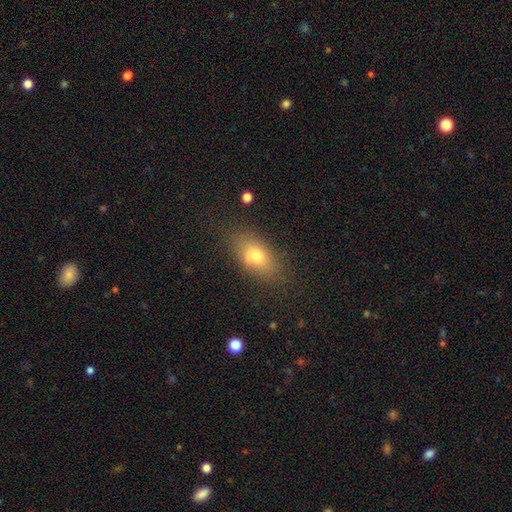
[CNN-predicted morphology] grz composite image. It shows a smooth galaxy with no disk features (72%) that is in between round and cigar-shaped (84%). Merging: none (76%).